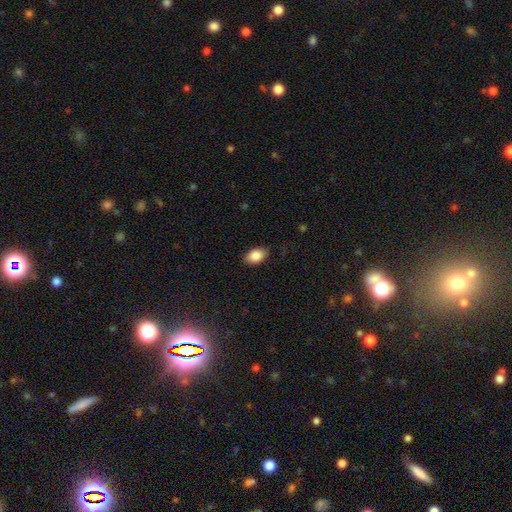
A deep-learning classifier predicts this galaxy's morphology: smooth-or-featured: smooth: 86% | star or artifact: 7% | featured or disk: 6%
  how-rounded: in between: 89% | round: 10% | cigar-shaped: 2%
  merging: none: 84% | minor disturbance: 13% | major disturbance: 3% | merger: 1%